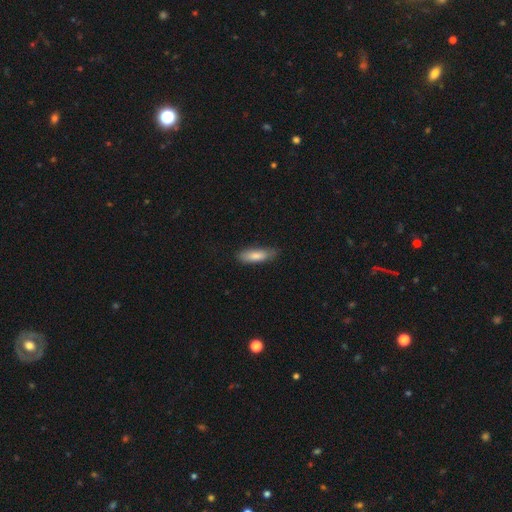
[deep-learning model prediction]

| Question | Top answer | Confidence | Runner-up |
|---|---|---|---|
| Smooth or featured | smooth | 82% | featured or disk (12%) |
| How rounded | in between | 52% | cigar-shaped (47%) |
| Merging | none | 76% | minor disturbance (19%) |